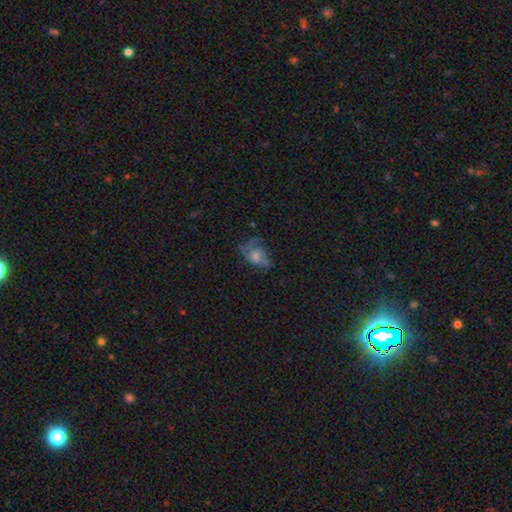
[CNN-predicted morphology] featured or disk 55%, smooth 29%, star or artifact 16%. Down the decision tree: edge-on disk — no (96%); bar — no (72%); spiral arms — yes (68%); bulge size — moderate (39%); merging — none (42%).